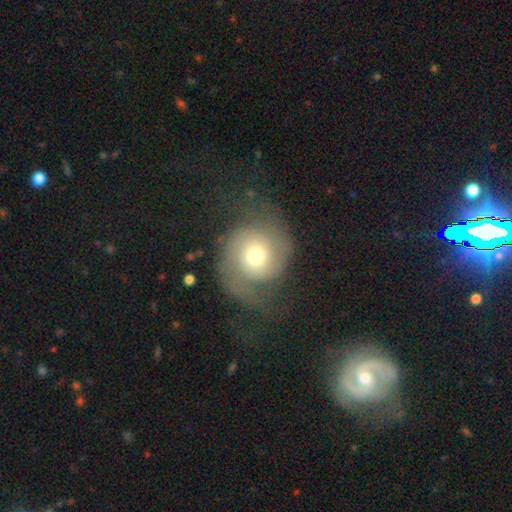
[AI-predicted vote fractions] Smooth or featured? featured or disk (70%)
Edge-on disk? no (97%)
Bar? no (74%)
Spiral arms? yes (92%)
Spiral winding? medium (42%)
Spiral arm count? 2 (85%)
Bulge size? moderate (66%)
Merging? none (60%)